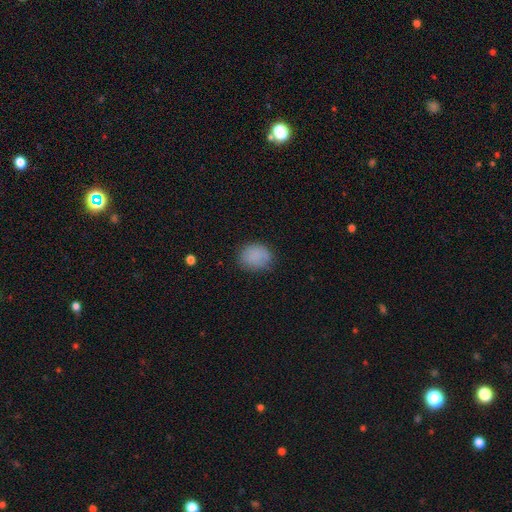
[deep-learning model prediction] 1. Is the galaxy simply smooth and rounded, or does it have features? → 85% smooth, 9% star or artifact, 6% featured or disk.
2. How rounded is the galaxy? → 52% round, 47% in between, 1% cigar-shaped.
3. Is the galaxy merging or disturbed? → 75% none, 19% minor disturbance, 5% major disturbance, 1% merger.